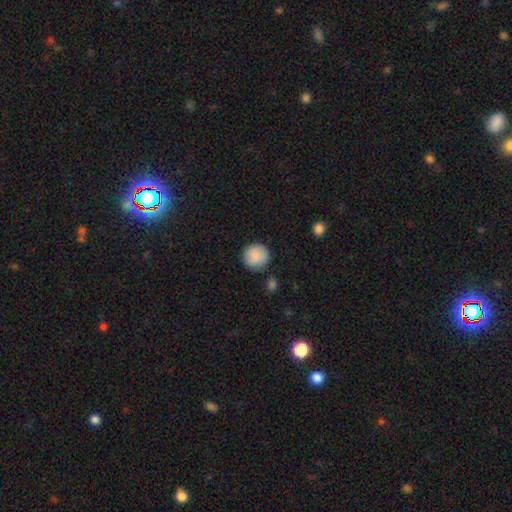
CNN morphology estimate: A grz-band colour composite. It shows a smooth galaxy with no disk features (87%) that is round (93%). Merging: none (81%).